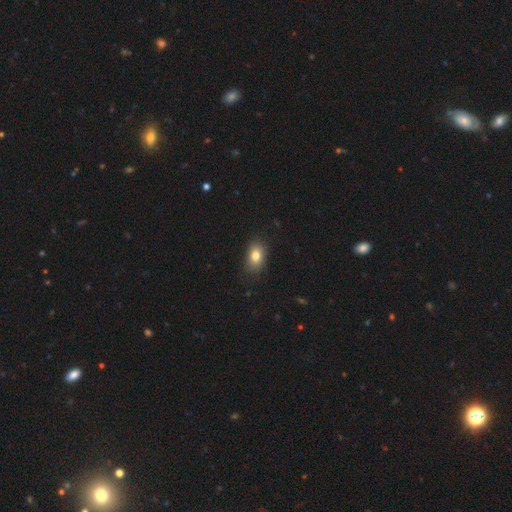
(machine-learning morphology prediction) A smooth galaxy with no disk features (81%) that is in between round and cigar-shaped (80%). Merging: none (84%).